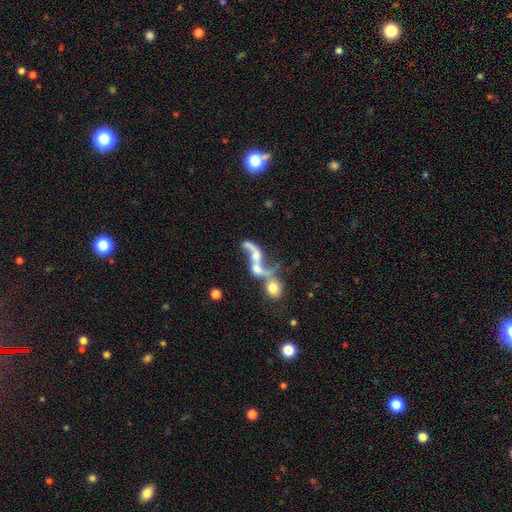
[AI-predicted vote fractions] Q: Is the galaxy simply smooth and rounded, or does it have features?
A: featured or disk — 67%.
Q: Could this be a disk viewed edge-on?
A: no — 91%.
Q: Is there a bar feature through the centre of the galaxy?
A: no — 61%.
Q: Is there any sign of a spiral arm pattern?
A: yes — 68%.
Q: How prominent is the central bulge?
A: moderate — 35%.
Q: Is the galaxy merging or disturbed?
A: merger — 57%.